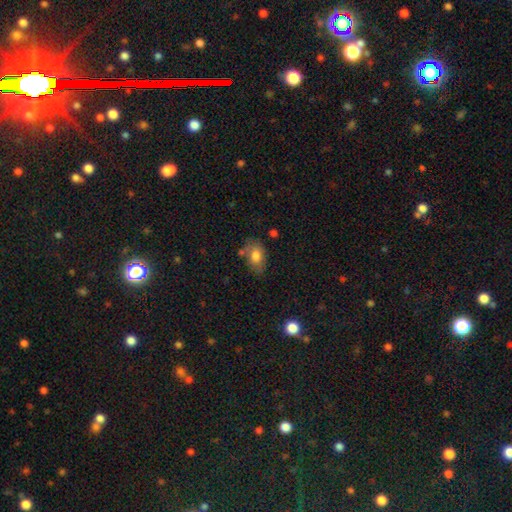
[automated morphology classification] Smooth or featured?
  - smooth: 77% *
  - featured or disk: 15%
  - star or artifact: 7%
How rounded?
  - in between: 87% *
  - round: 12%
  - cigar-shaped: 1%
Merging?
  - none: 64% *
  - minor disturbance: 21%
  - merger: 9%
  - major disturbance: 6%